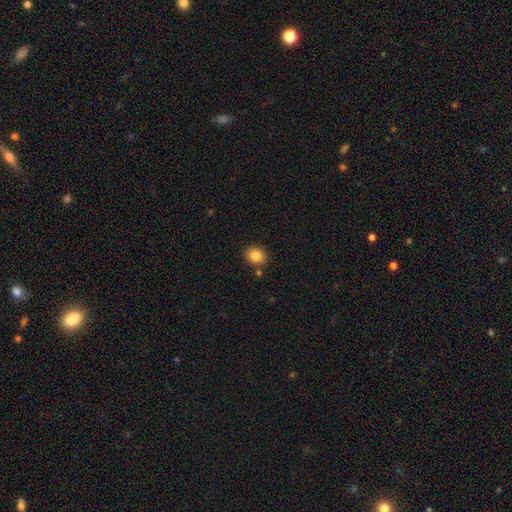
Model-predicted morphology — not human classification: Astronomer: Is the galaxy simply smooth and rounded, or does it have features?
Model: smooth — 85%.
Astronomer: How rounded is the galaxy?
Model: round — 78%.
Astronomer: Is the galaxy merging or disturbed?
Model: none — 85%.